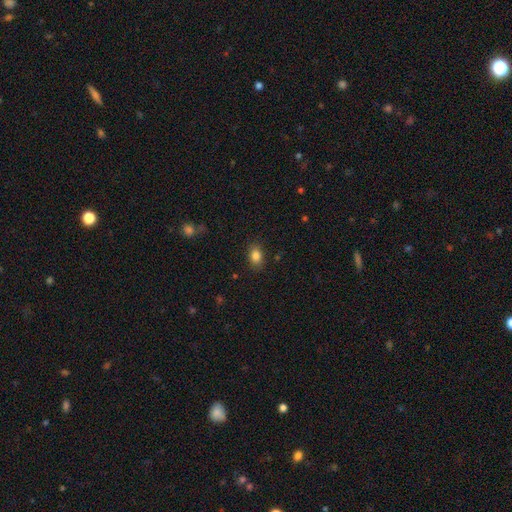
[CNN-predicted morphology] This appears to be a smooth galaxy with no disk features (85%) that is in between round and cigar-shaped (75%). Merging: none (85%).